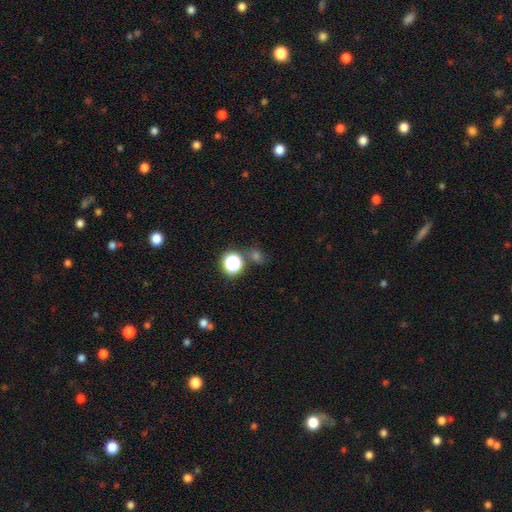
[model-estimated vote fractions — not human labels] Overall: smooth (48%; star or artifact 43%). Merging: none (75%).